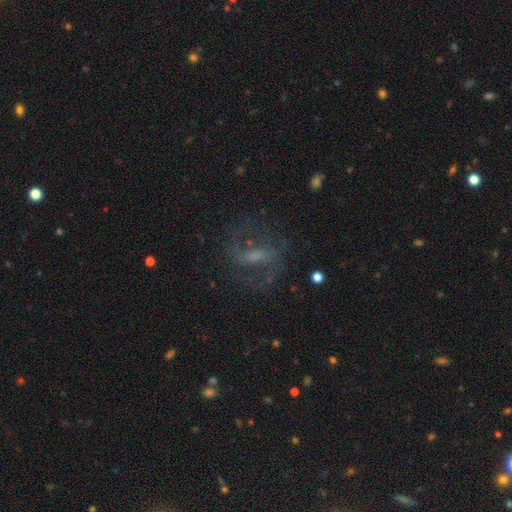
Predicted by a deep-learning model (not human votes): Smooth or featured? Predicted: featured or disk (p=0.72). Edge-on disk? Predicted: no (p=0.93). Bar? Predicted: strong (p=0.42, tied with weak). Spiral arms? Predicted: yes (p=0.88). Spiral winding? Predicted: medium (p=0.50). Spiral arm count? Predicted: 2 (p=0.85). Bulge size? Predicted: small (p=0.33). Merging? Predicted: none (p=0.72).